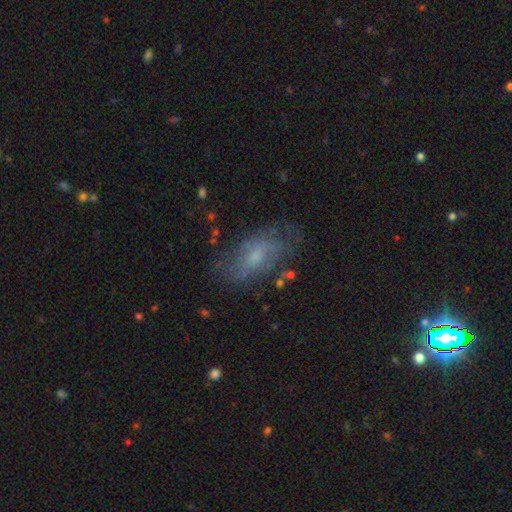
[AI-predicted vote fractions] featured or disk 54%, smooth 35%, star or artifact 11%. Down the decision tree: edge-on disk — no (91%); merging — none (61%).